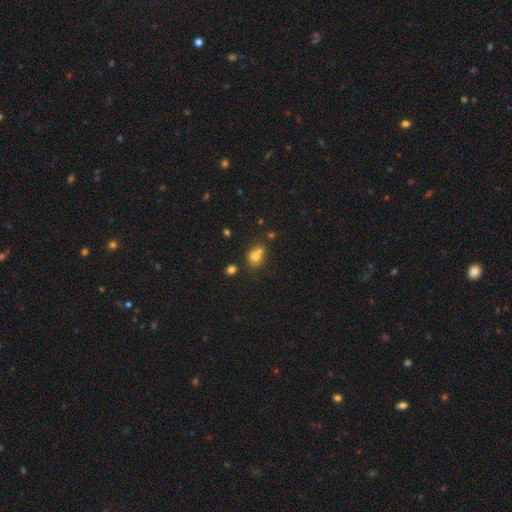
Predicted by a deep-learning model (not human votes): Smooth or featured: smooth — 72% (star or artifact — 16%)
How rounded: round — 65% (in between — 34%)
Merging: merger — 44% (none — 40%)